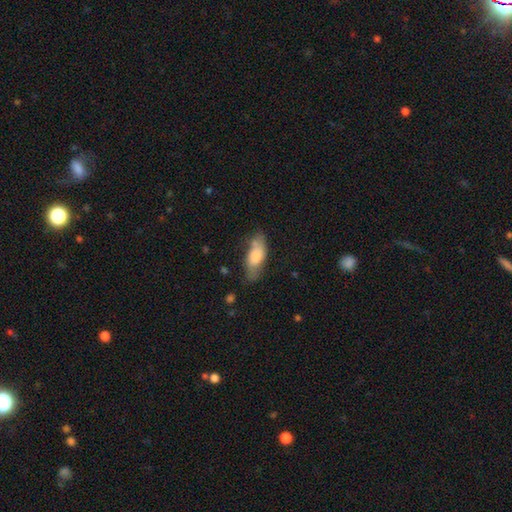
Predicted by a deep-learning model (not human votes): A smooth galaxy with no disk features (67%) that is in between round and cigar-shaped (71%). Merging: none (66%).